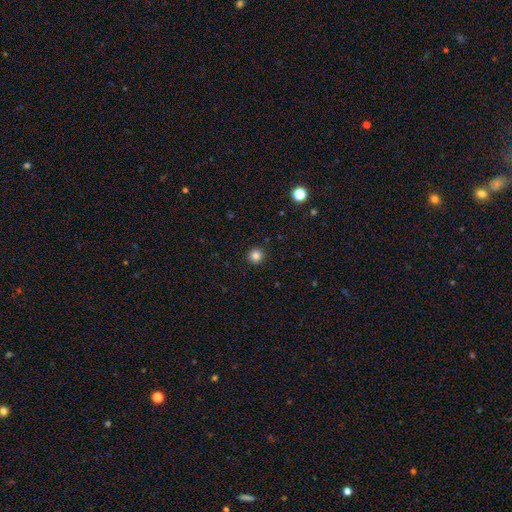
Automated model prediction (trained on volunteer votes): A smooth galaxy with no disk features (84%) that is round (93%).

Vote fractions:
- Smooth or featured? smooth: 84% / star or artifact: 12% / featured or disk: 4%
- How rounded? round: 93% / in between: 6% / cigar-shaped: 1%
- Merging? none: 92% / minor disturbance: 5% / major disturbance: 2% / merger: 1%